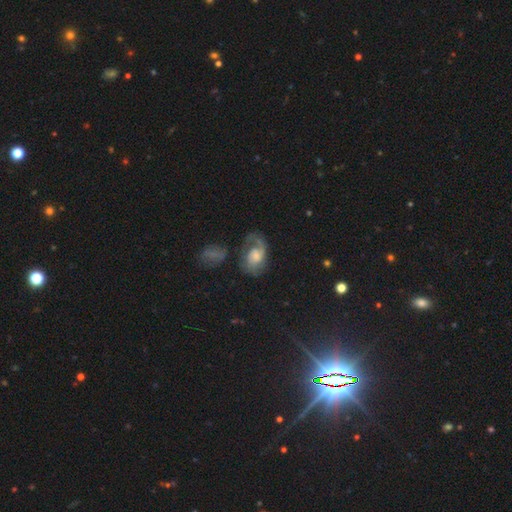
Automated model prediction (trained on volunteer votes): This is likely a featured or disk galaxy (69%). It is clearly not viewed edge-on (97%). Bar: likely no (63%). Spiral arm pattern: clearly yes (88%). Spiral arm count: possibly 1 (48%). Spiral winding: marginally medium (45%). Central bulge: marginally moderate (41%). Merging: marginally none (43%).